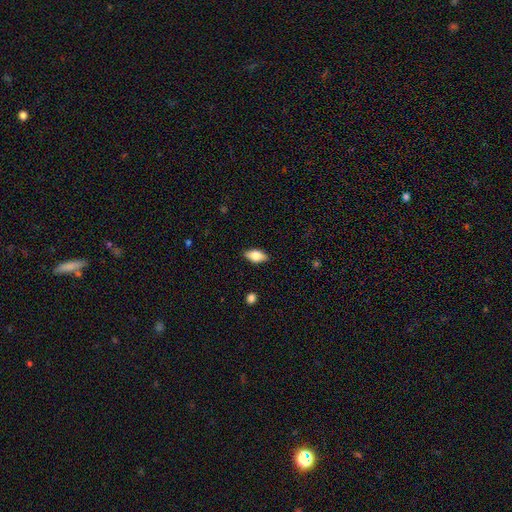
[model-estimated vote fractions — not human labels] The model was most divided on "smooth or featured": smooth: 73%, featured or disk: 20%, star or artifact: 7%. More confident: how rounded — in between (88%); merging — none (87%).